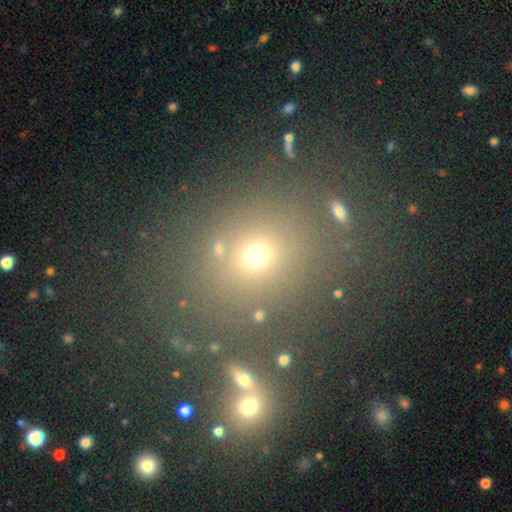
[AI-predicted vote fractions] A smooth galaxy with no disk features (60%) that is round (65%).

Vote fractions:
- Smooth or featured? smooth: 60% / star or artifact: 29% / featured or disk: 11%
- How rounded? round: 65% / in between: 33% / cigar-shaped: 1%
- Merging? none: 75% / minor disturbance: 10% / merger: 9% / major disturbance: 6%